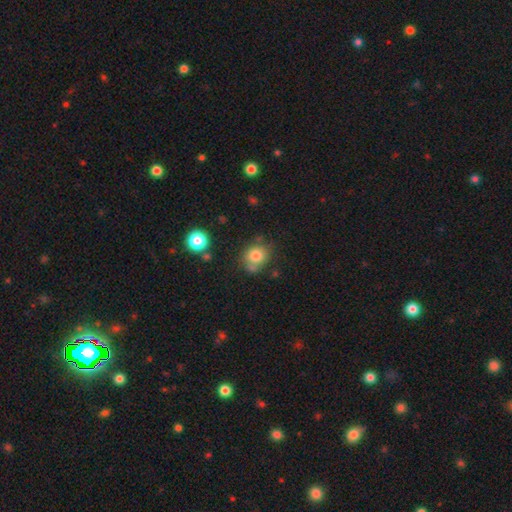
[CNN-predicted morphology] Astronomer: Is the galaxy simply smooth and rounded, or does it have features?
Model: smooth — 79%.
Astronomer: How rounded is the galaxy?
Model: round — 69%.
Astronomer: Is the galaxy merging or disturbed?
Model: none — 62%.